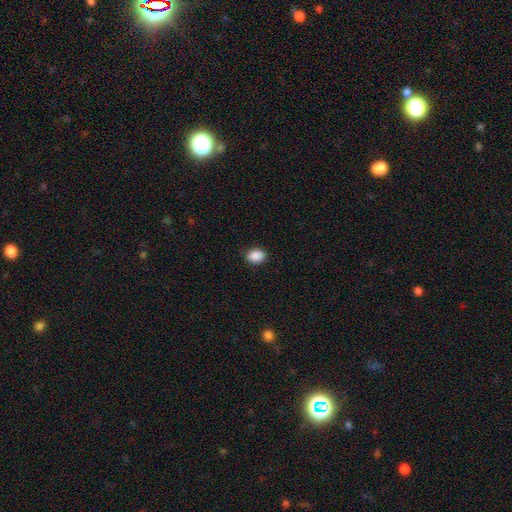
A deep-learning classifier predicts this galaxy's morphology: The model was most divided on "how rounded": in between: 67%, round: 32%, cigar-shaped: 1%. More confident: smooth or featured — smooth (90%); merging — none (89%).